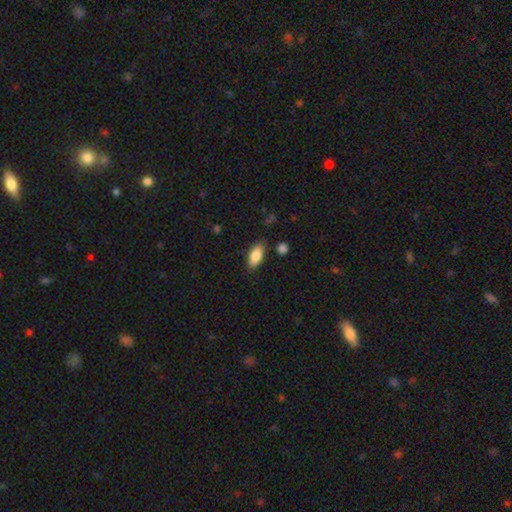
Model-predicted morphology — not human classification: This appears to be a smooth galaxy with no disk features (84%) that is in between round and cigar-shaped (86%). Merging: none (82%).